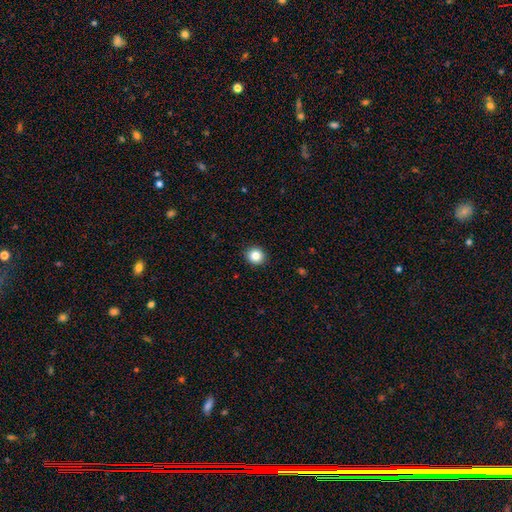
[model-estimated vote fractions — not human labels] Smooth or featured? smooth (84%)
How rounded? round (88%)
Merging? none (92%)